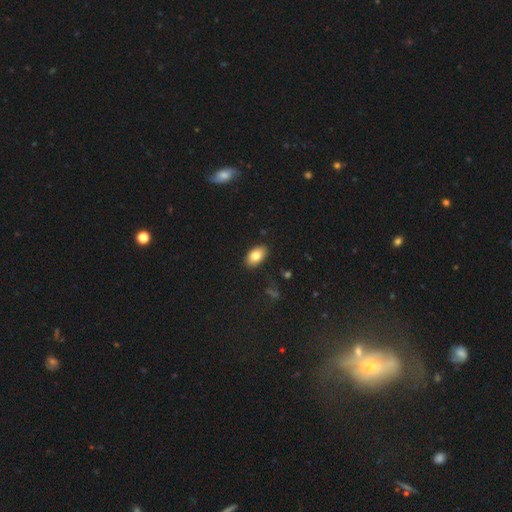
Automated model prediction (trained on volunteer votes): Q: Smooth or featured?
A: smooth (80%); runner-up: featured or disk (12%)
Q: How rounded?
A: in between (92%); runner-up: round (6%)
Q: Merging?
A: none (88%); runner-up: minor disturbance (9%)